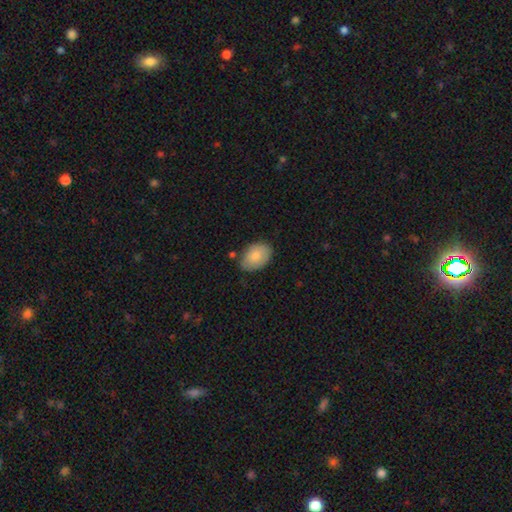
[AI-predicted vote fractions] A smooth galaxy with no disk features (82%) that is in between round and cigar-shaped (88%).

Vote fractions:
- Smooth or featured? smooth: 82% / featured or disk: 12% / star or artifact: 6%
- How rounded? in between: 88% / round: 11% / cigar-shaped: 1%
- Merging? none: 73% / minor disturbance: 21% / major disturbance: 3% / merger: 3%